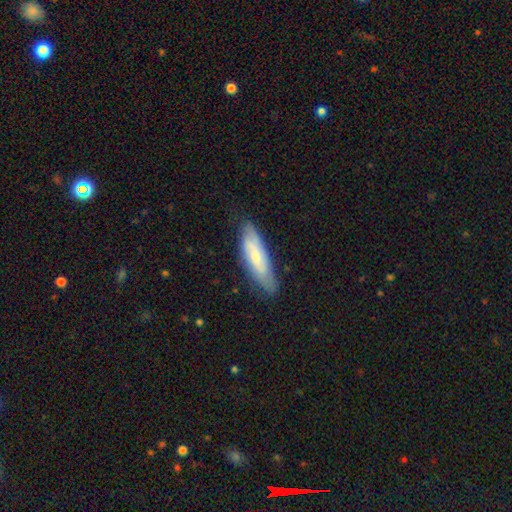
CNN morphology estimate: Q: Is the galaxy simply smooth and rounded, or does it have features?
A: smooth — 50%.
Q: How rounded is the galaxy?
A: cigar-shaped — 52%.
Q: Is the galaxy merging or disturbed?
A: none — 73%.